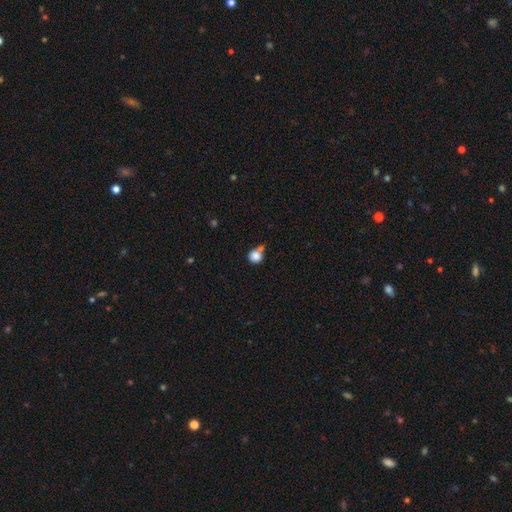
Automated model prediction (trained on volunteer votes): Smooth or featured?
  - smooth: 84% *
  - star or artifact: 10%
  - featured or disk: 6%
How rounded?
  - round: 87% *
  - in between: 12%
  - cigar-shaped: 1%
Merging?
  - none: 51% *
  - merger: 25%
  - minor disturbance: 17%
  - major disturbance: 7%